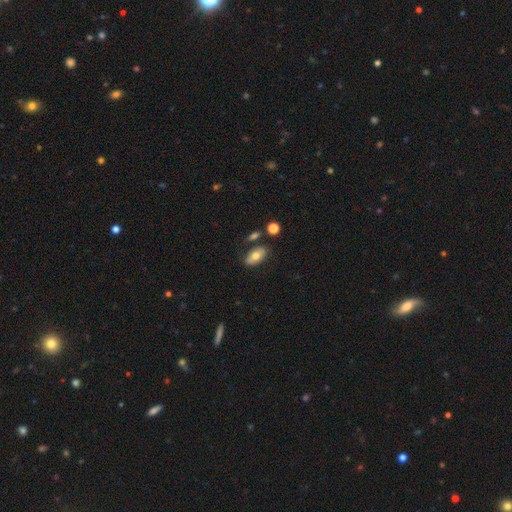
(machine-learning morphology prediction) Smooth or featured? smooth (71%)
How rounded? in between (91%)
Merging? none (78%)